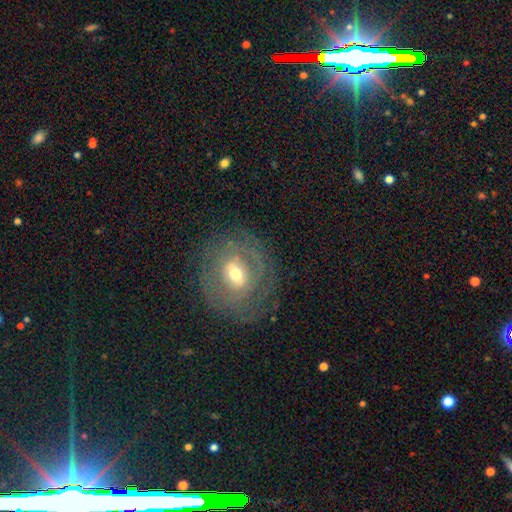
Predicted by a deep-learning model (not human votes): featured or disk 48%, star or artifact 27%, smooth 25%. Down the decision tree: merging — none (84%).